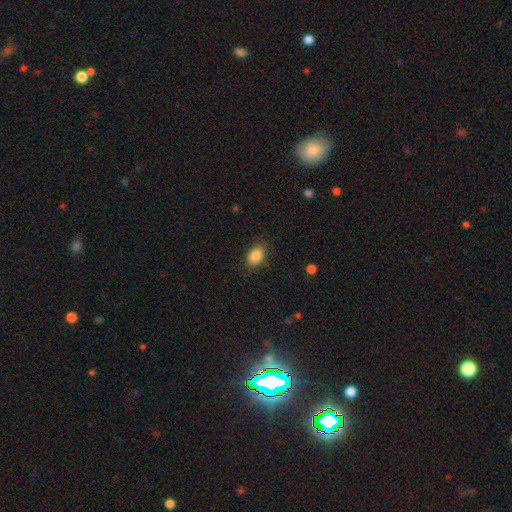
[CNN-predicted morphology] smooth-or-featured: smooth: 86% | star or artifact: 8% | featured or disk: 5%
  how-rounded: in between: 83% | round: 16% | cigar-shaped: 1%
  merging: none: 83% | minor disturbance: 12% | major disturbance: 3% | merger: 1%